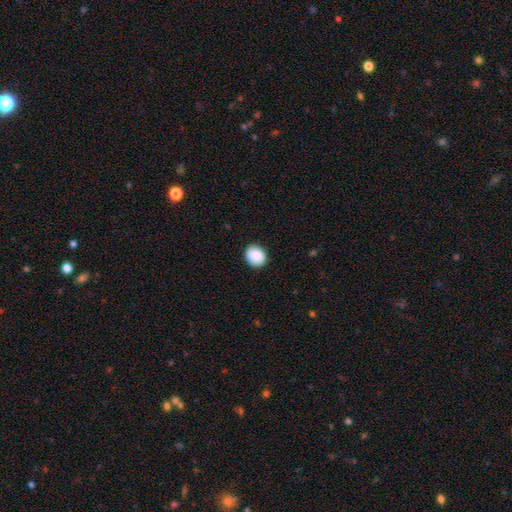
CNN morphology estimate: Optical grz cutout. It shows a smooth galaxy with no disk features (89%) that is round (62%). Merging: none (87%).